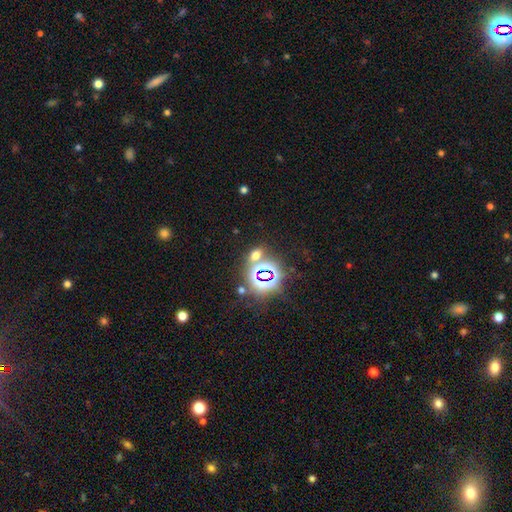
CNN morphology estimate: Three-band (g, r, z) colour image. It shows a star or artifact, not a galaxy (48%).